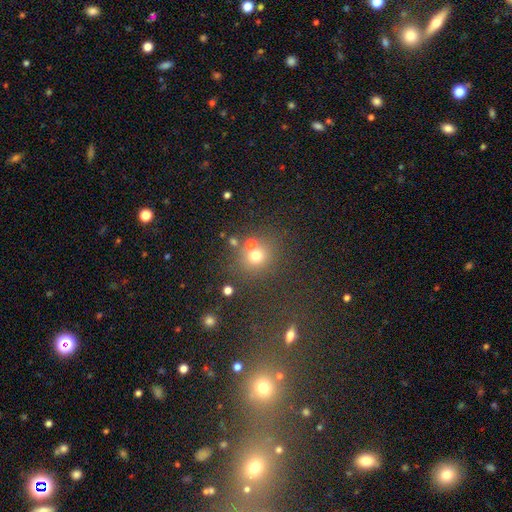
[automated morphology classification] This appears to be a smooth galaxy with no disk features (69%) that is round (85%). Merging: none (65%).